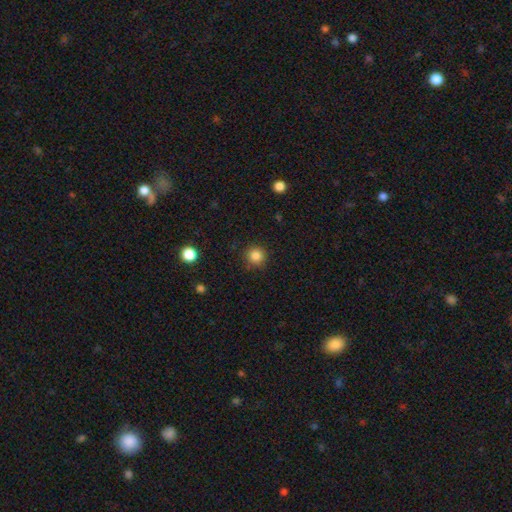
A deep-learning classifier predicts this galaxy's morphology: Smooth or featured: smooth — 85% (star or artifact — 11%)
How rounded: round — 95% (in between — 4%)
Merging: none — 90% (minor disturbance — 7%)